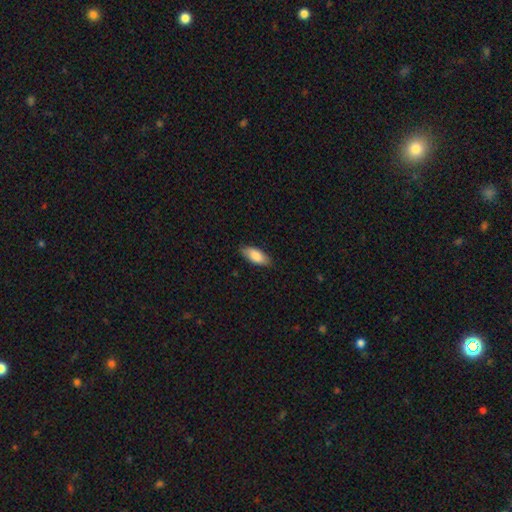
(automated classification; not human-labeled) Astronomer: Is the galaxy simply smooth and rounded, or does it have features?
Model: smooth — 85%.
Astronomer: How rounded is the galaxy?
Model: in between — 84%.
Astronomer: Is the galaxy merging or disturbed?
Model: none — 86%.